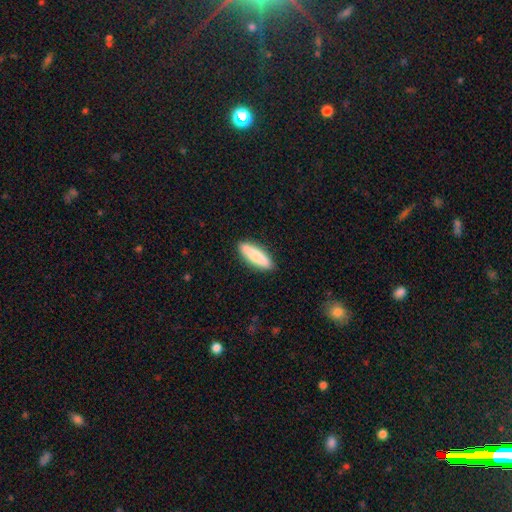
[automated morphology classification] smooth-or-featured: smooth: 79% | featured or disk: 16% | star or artifact: 5%
  how-rounded: cigar-shaped: 66% | in between: 33% | round: 2%
  merging: none: 89% | minor disturbance: 8% | major disturbance: 2% | merger: 1%